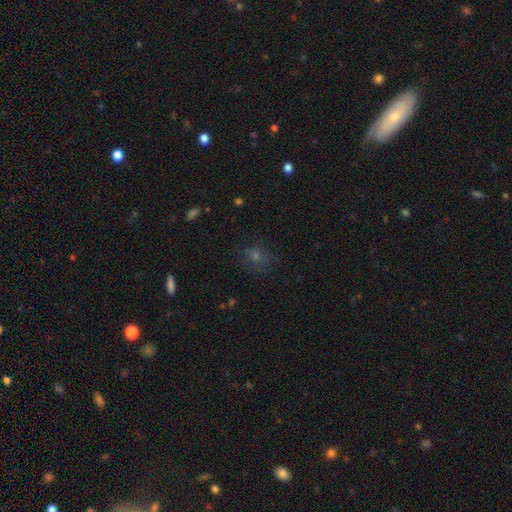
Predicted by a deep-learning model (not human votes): This is possibly a smooth galaxy (49%). Merging: likely none (75%).